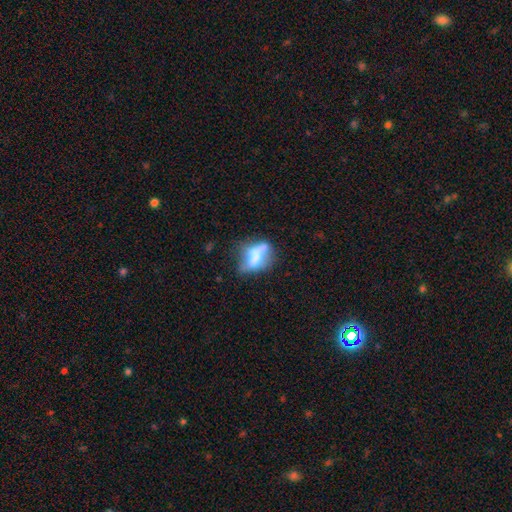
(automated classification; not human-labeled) Overall: featured or disk (47%; smooth 43%). Merging: none (33%; major disturbance 24%).